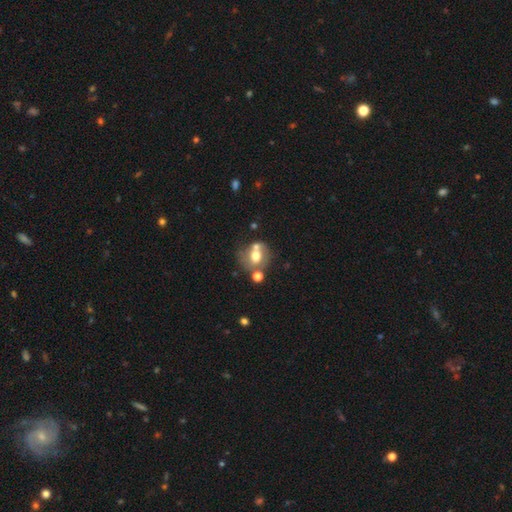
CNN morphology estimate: This is likely a smooth galaxy (61%). How rounded: likely round (69%). Merging: marginally none (43%).